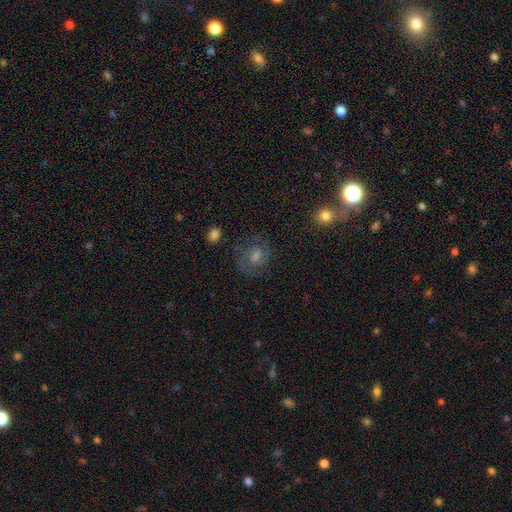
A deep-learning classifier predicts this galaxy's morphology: Overall: featured or disk (58%; smooth 22%). Edge-on disk: no (97%). Bar: no (54%; weak 38%). Spiral arms: yes (89%). Spiral arm count: 2 (63%). Spiral winding: tight (46%; medium 43%). Bulge size: moderate (52%; small 31%). Merging: none (78%).